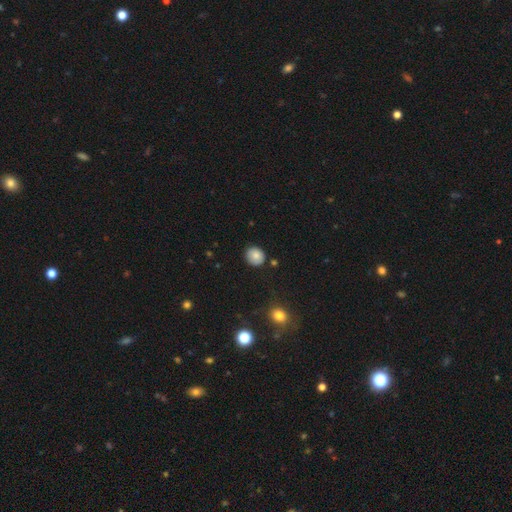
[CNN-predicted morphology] smooth_or_featured: smooth (p=0.82) [alt: star or artifact p=0.09]
how_rounded: round (p=0.80) [alt: in between p=0.19]
merging: none (p=0.85) [alt: minor disturbance p=0.11]